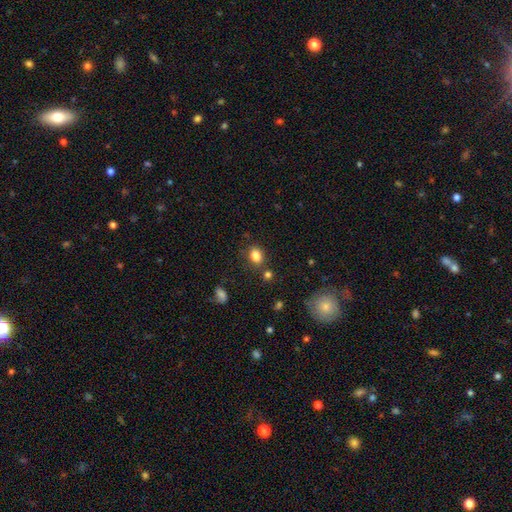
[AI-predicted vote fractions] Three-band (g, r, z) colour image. It shows a smooth galaxy with no disk features (83%) that is in between round and cigar-shaped (69%). Merging: none (75%).